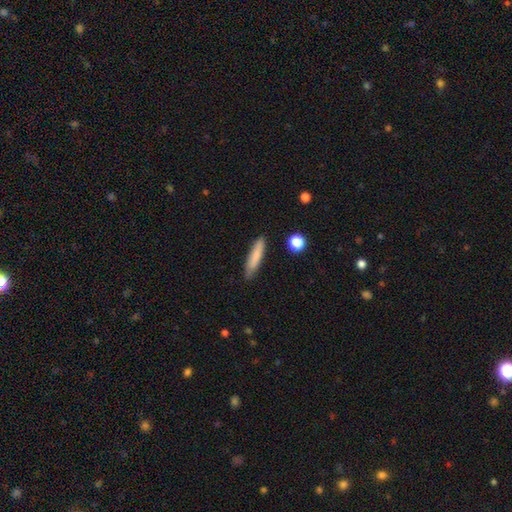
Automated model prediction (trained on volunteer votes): Smooth or featured: smooth — 79% (featured or disk — 14%)
How rounded: cigar-shaped — 85% (in between — 14%)
Merging: none — 83% (minor disturbance — 13%)